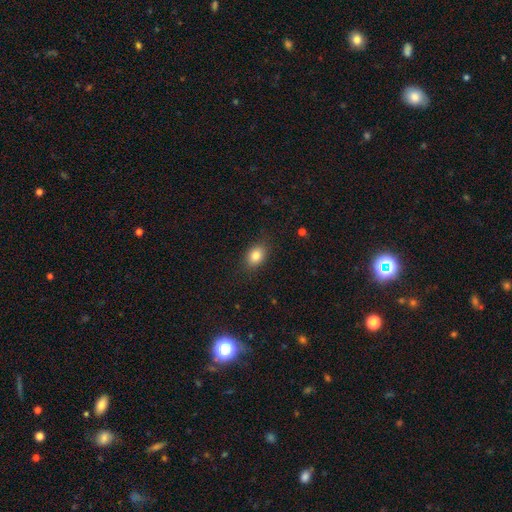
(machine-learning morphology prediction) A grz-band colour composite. It shows a smooth galaxy with no disk features (84%) that is in between round and cigar-shaped (74%). Merging: none (84%).